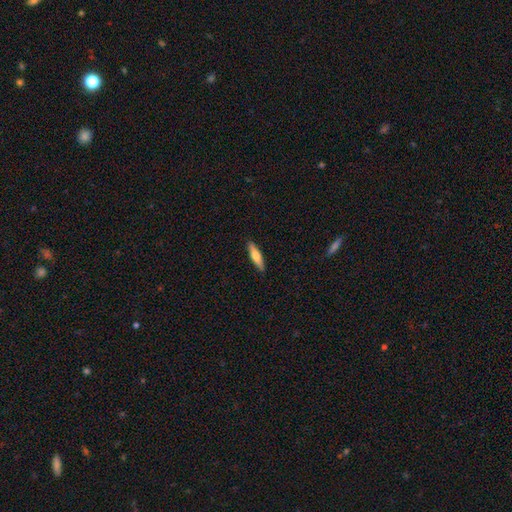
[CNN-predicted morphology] smooth_or_featured: smooth (p=0.64) [alt: featured or disk p=0.30]
how_rounded: cigar-shaped (p=0.75) [alt: in between p=0.23]
merging: none (p=0.90) [alt: minor disturbance p=0.08]